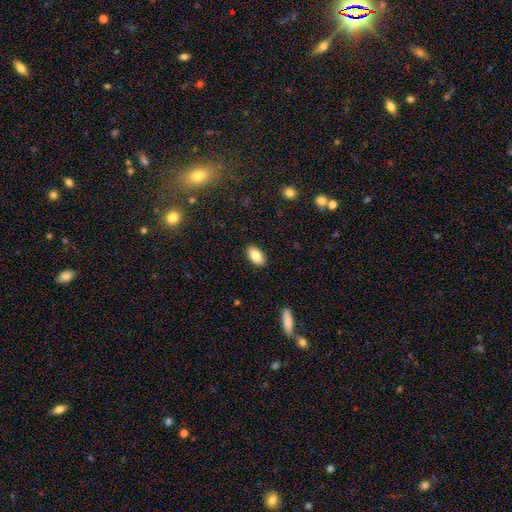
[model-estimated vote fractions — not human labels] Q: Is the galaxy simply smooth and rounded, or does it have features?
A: smooth — 84%.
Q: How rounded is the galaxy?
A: in between — 93%.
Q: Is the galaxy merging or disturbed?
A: none — 89%.